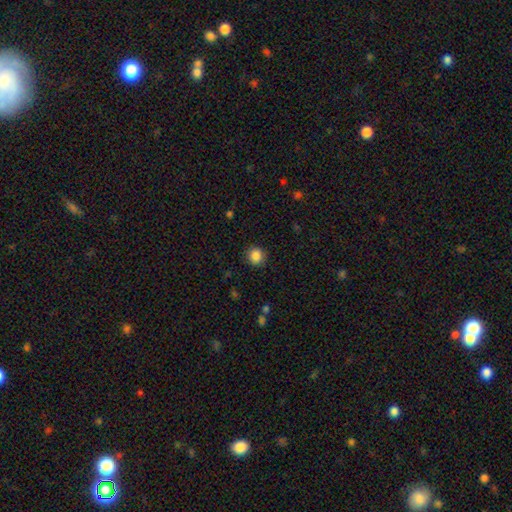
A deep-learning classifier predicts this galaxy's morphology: Smooth or featured? Predicted: smooth (p=0.87). How rounded? Predicted: round (p=0.88). Merging? Predicted: none (p=0.89).